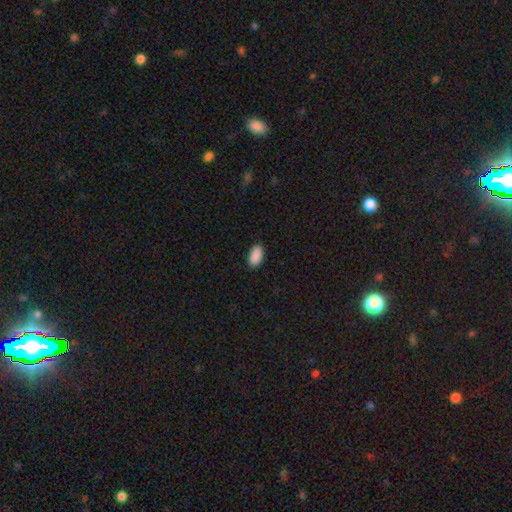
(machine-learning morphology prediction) Overall: smooth (91%). How rounded: in between (94%). Merging: none (89%).